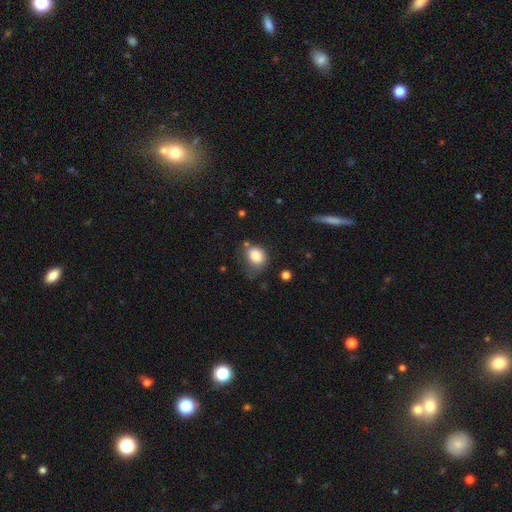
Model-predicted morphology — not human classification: The model was most divided on "how rounded": round: 59%, in between: 40%, cigar-shaped: 1%. More confident: smooth or featured — smooth (82%); merging — none (54%).